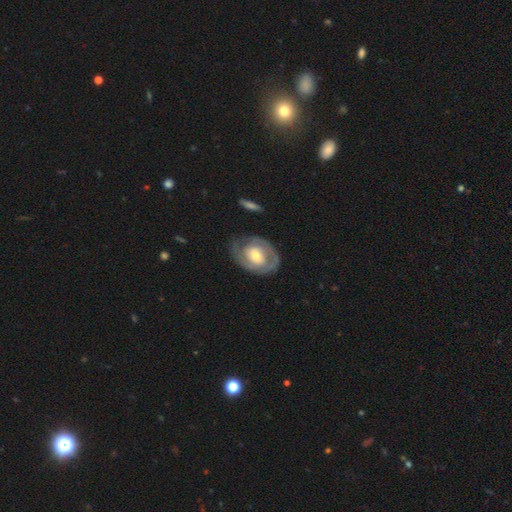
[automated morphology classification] Smooth or featured: featured or disk — 73% (smooth — 22%)
Edge-on disk: no — 96% (yes — 4%)
Bar: no — 55% (weak — 32%)
Spiral arms: yes — 72% (no — 28%)
Spiral winding: tight — 61% (medium — 29%)
Spiral arm count: 2 — 57% (can't tell — 24%)
Bulge size: moderate — 59% (small — 29%)
Merging: none — 74% (minor disturbance — 16%)